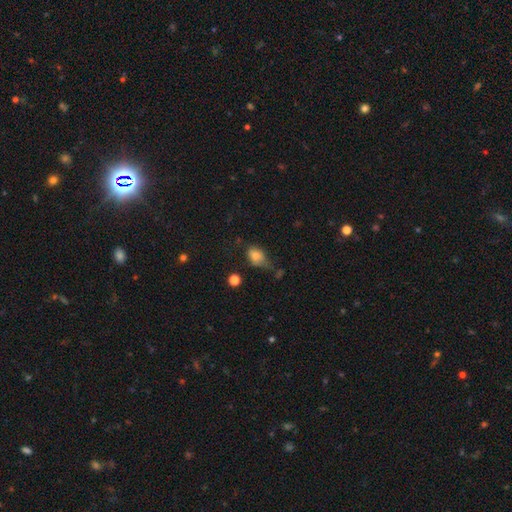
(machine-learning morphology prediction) smooth 77%, featured or disk 12%, star or artifact 11%. Down the decision tree: how rounded — in between (73%); merging — none (42%).